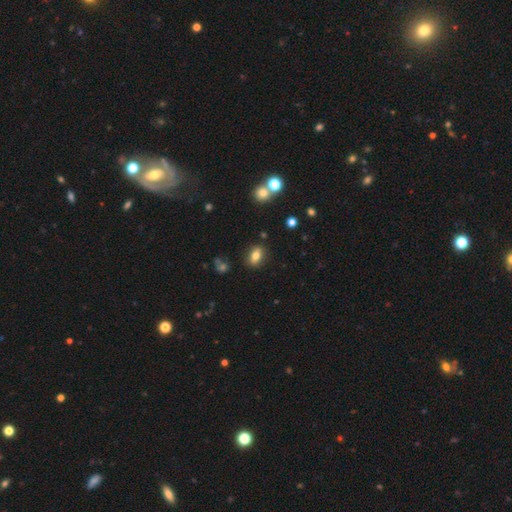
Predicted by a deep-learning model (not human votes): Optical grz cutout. It shows a smooth galaxy with no disk features (75%) that is in between round and cigar-shaped (78%). Merging: none (85%).